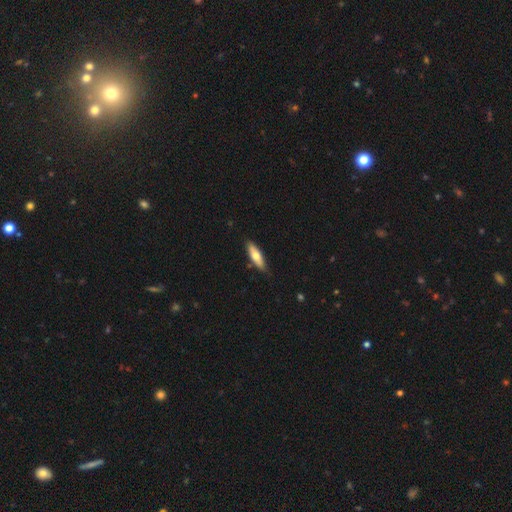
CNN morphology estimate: Smooth or featured: smooth — 65% (featured or disk — 29%)
How rounded: cigar-shaped — 55% (in between — 43%)
Merging: none — 82% (minor disturbance — 14%)